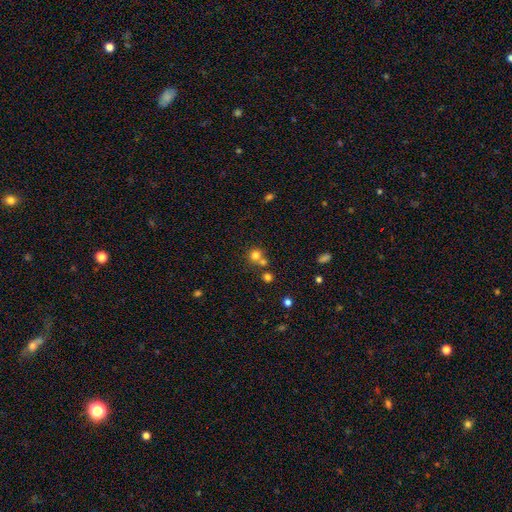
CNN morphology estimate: Smooth or featured?
  - smooth: 76% *
  - star or artifact: 16%
  - featured or disk: 9%
How rounded?
  - round: 89% *
  - in between: 10%
  - cigar-shaped: 1%
Merging?
  - none: 55% *
  - merger: 34%
  - minor disturbance: 7%
  - major disturbance: 3%